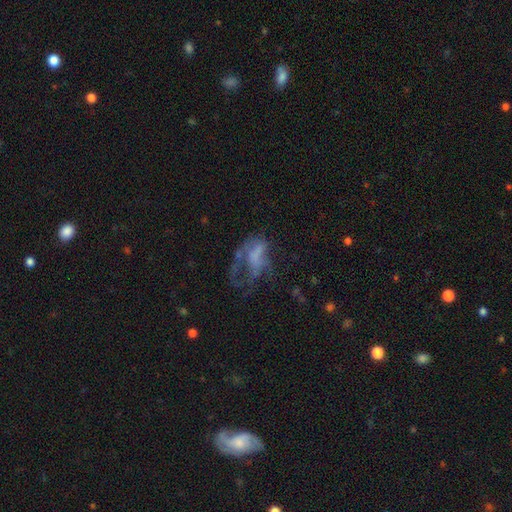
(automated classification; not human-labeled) A featured or disk galaxy (51%).

Vote fractions:
- Smooth or featured? featured or disk: 51% / smooth: 32% / star or artifact: 16%
- Edge-on disk? no: 97% / yes: 3%
- Merging? major disturbance: 53% / none: 25% / minor disturbance: 16% / merger: 6%